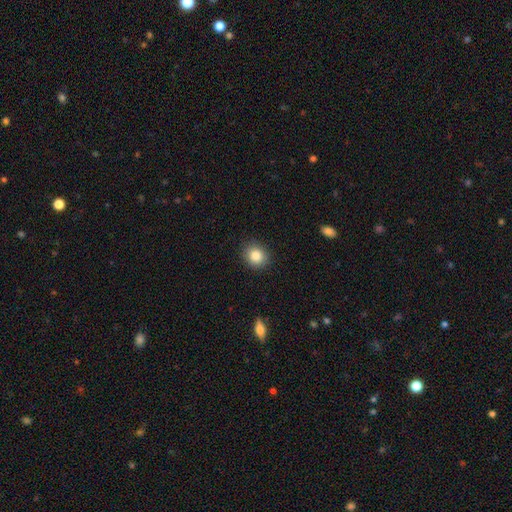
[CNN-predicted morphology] smooth_or_featured: smooth (p=0.85) [alt: star or artifact p=0.10]
how_rounded: round (p=0.77) [alt: in between p=0.22]
merging: none (p=0.88) [alt: minor disturbance p=0.09]